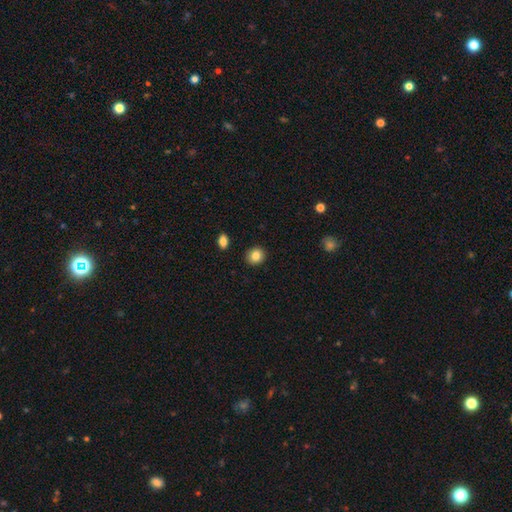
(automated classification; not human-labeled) A smooth galaxy with no disk features (85%) that is round (82%). Merging: none (91%).